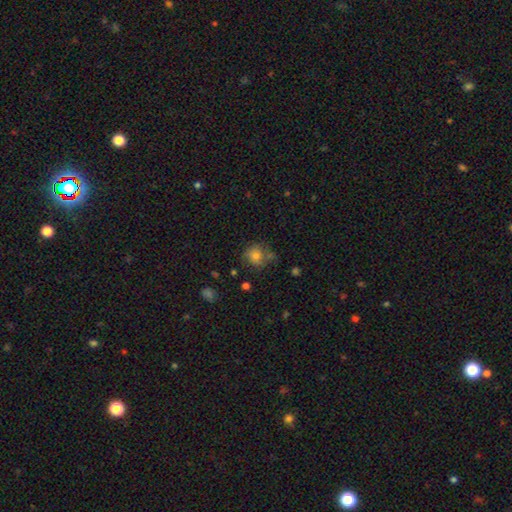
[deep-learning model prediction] Smooth or featured: smooth — 74% (featured or disk — 14%)
How rounded: round — 81% (in between — 19%)
Merging: none — 59% (minor disturbance — 22%)